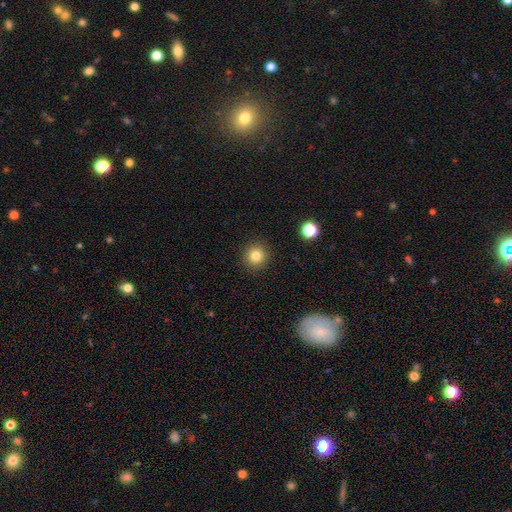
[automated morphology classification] The model was most divided on "smooth or featured": smooth: 82%, star or artifact: 11%, featured or disk: 6%. More confident: how rounded — round (93%); merging — none (91%).